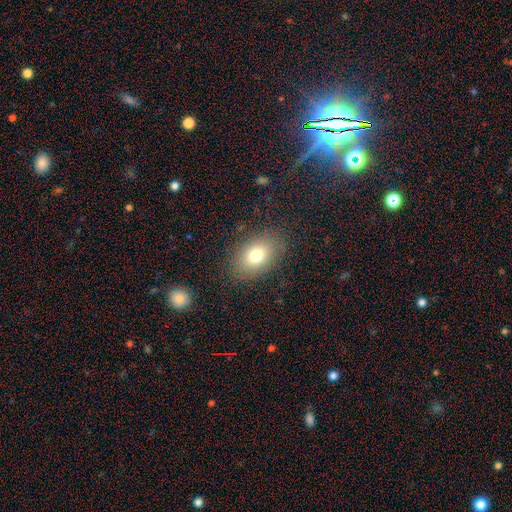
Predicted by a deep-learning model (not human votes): Smooth or featured?
  - smooth: 75% *
  - featured or disk: 13%
  - star or artifact: 11%
How rounded?
  - in between: 82% *
  - round: 16%
  - cigar-shaped: 1%
Merging?
  - none: 86% *
  - minor disturbance: 10%
  - major disturbance: 3%
  - merger: 1%